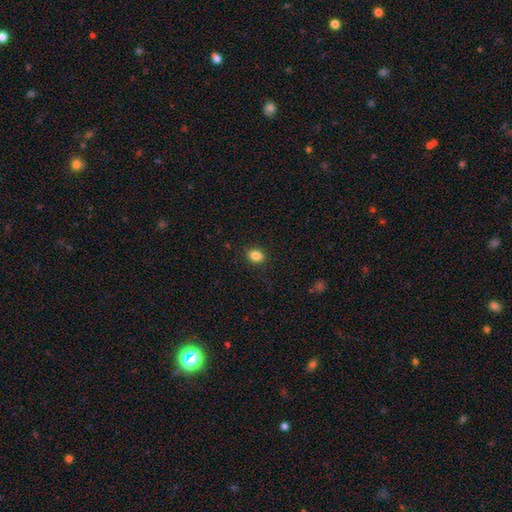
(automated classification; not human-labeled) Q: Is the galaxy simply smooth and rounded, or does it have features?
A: smooth — 85%.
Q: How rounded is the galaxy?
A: in between — 60%.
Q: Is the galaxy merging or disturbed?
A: none — 88%.